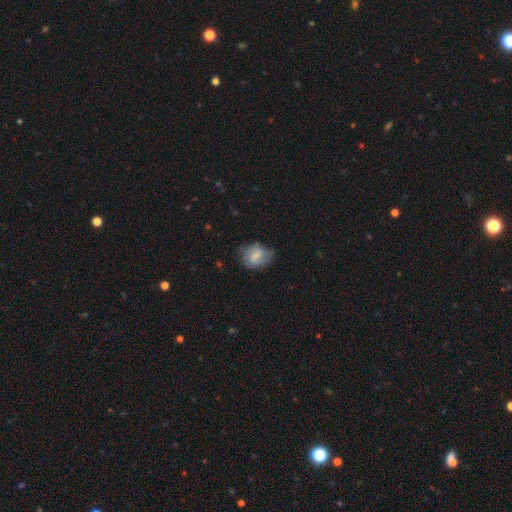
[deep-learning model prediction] A smooth galaxy with no disk features (51%) that is in between round and cigar-shaped (59%). Merging: none (60%).